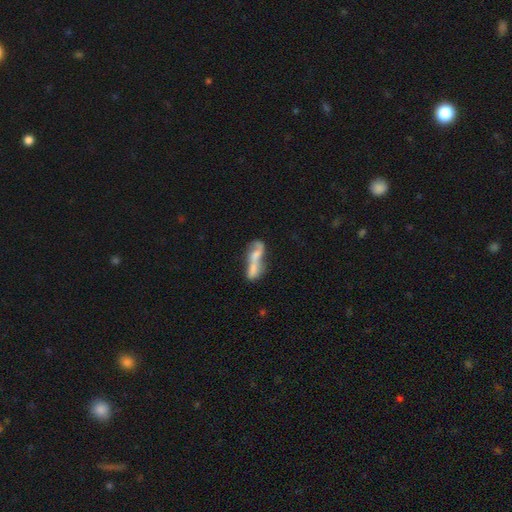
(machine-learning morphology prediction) Smooth or featured? featured or disk (49%)
Merging? merger (44%)